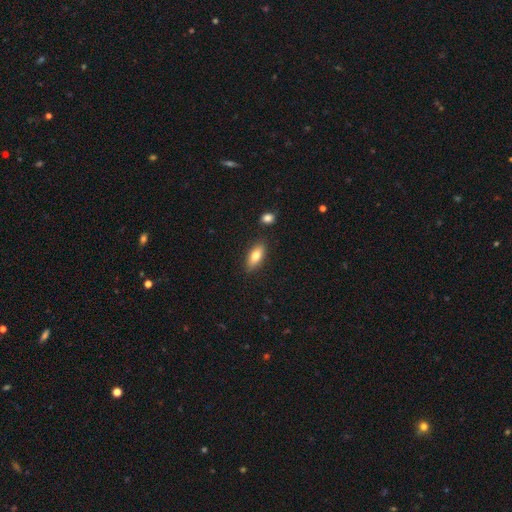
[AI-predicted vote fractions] Smooth or featured? Predicted: smooth (p=0.76). How rounded? Predicted: in between (p=0.81). Merging? Predicted: none (p=0.84).